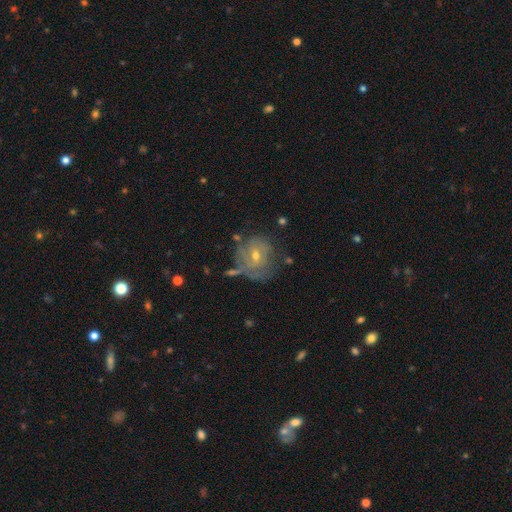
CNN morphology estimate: This is likely a featured or disk galaxy (69%). It is clearly not viewed edge-on (96%). Bar: possibly no (52%). Spiral arm pattern: likely yes (77%). Spiral arm count: possibly can't tell (52%). Spiral winding: likely tight (65%). Central bulge: possibly moderate (52%). Merging: likely none (60%).